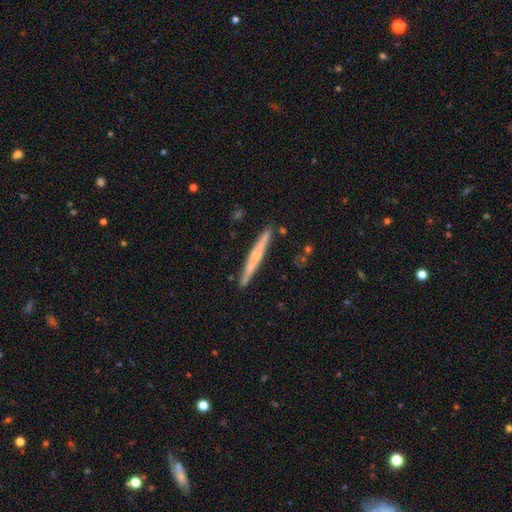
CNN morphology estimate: The model was most divided on "edge-on bulge": rounded: 53%, none: 38%, boxy: 9%. More confident: edge-on disk — yes (97%); merging — none (90%); smooth or featured — featured or disk (62%).